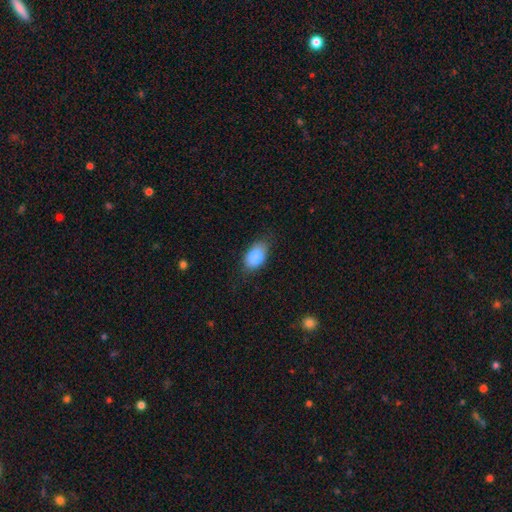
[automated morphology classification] The model was most divided on "merging": none: 78%, minor disturbance: 17%, major disturbance: 4%, merger: 1%. More confident: how rounded — in between (89%); smooth or featured — smooth (84%).